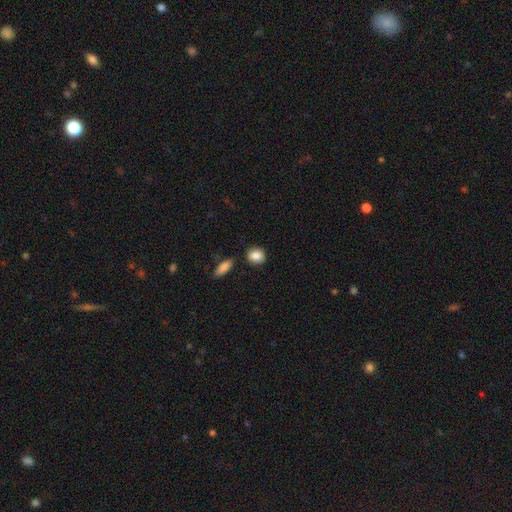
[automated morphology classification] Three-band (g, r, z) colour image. It shows a smooth galaxy with no disk features (87%) that is round (66%). Merging: none (83%).